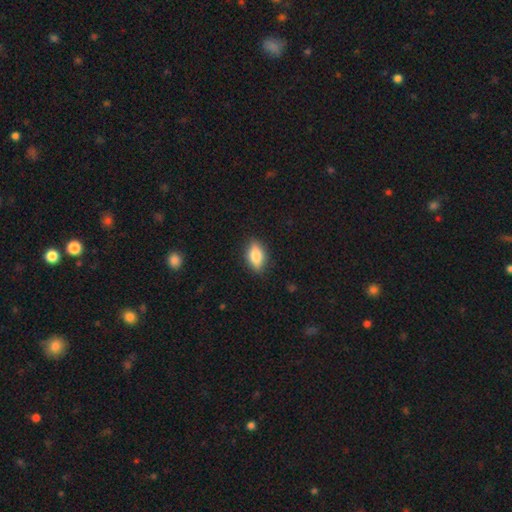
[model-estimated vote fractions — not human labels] Smooth or featured: smooth — 71% (featured or disk — 21%)
How rounded: in between — 82% (cigar-shaped — 10%)
Merging: none — 85% (minor disturbance — 11%)